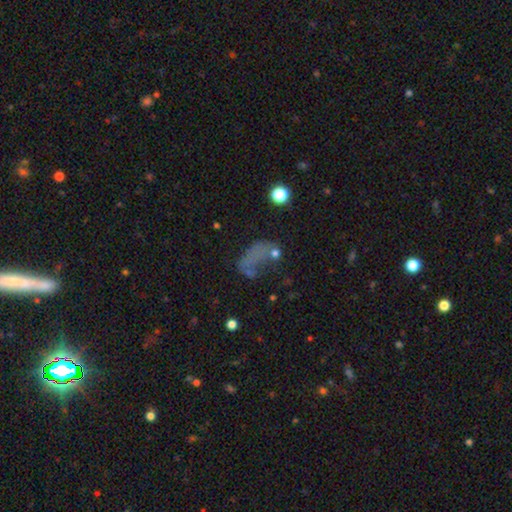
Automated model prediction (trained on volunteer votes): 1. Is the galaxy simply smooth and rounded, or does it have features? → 46% smooth, 29% star or artifact, 25% featured or disk.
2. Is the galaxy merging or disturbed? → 36% none, 35% major disturbance, 17% minor disturbance, 12% merger.